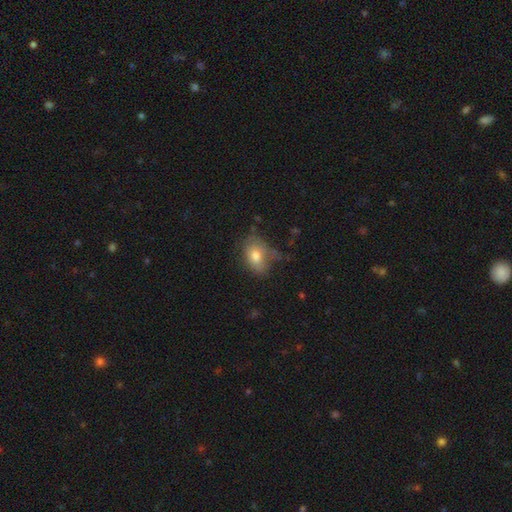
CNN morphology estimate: Overall: smooth (75%). How rounded: in between (81%). Merging: none (54%; minor disturbance 30%).